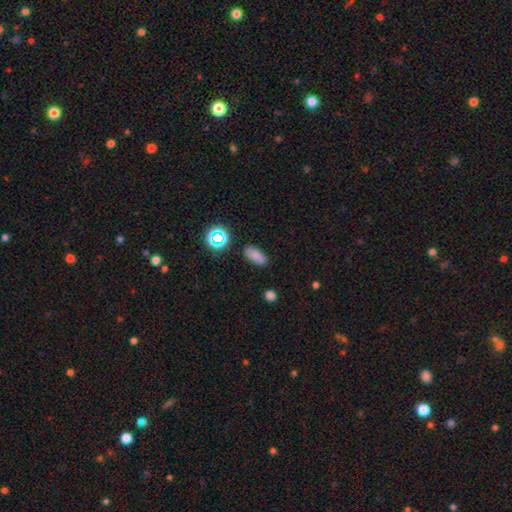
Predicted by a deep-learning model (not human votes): smooth 78%, star or artifact 14%, featured or disk 8%. Down the decision tree: how rounded — in between (82%); merging — none (82%).